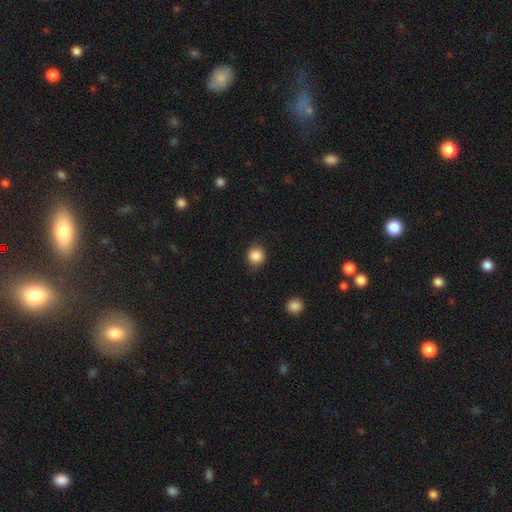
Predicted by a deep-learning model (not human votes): This appears to be a smooth galaxy with no disk features (87%) that is round (93%). Merging: none (89%).